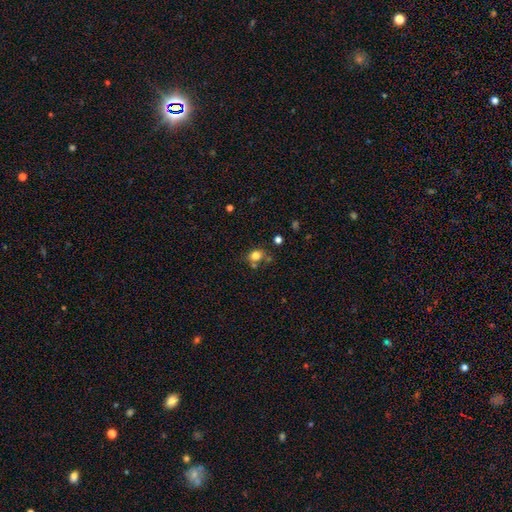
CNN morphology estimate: Smooth or featured? Predicted: smooth (p=0.79). How rounded? Predicted: round (p=0.64). Merging? Predicted: none (p=0.61).